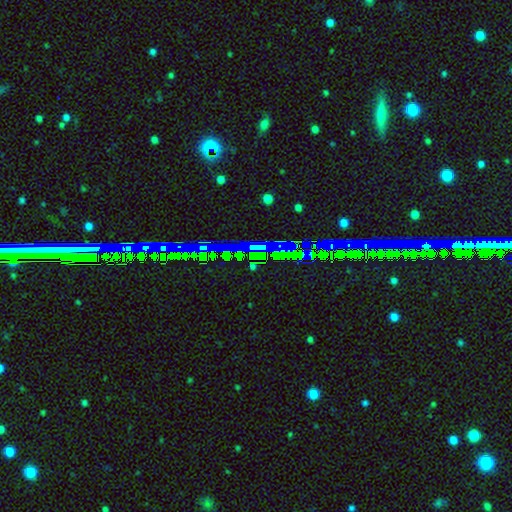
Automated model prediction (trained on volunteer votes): Smooth or featured? star or artifact (71%)